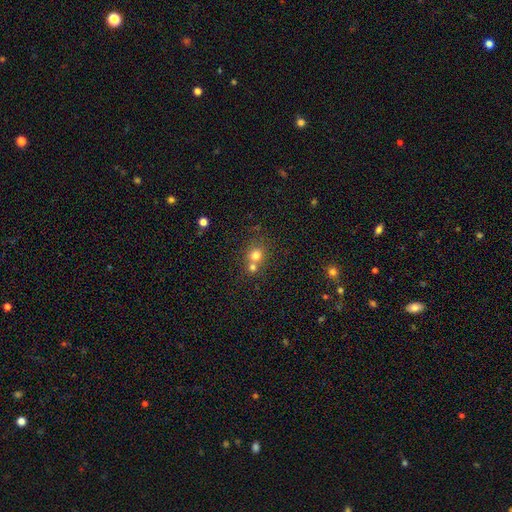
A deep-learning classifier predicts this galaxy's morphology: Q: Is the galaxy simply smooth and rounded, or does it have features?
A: smooth — 75%.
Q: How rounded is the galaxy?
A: round — 85%.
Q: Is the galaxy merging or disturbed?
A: merger — 46%, tied with none.